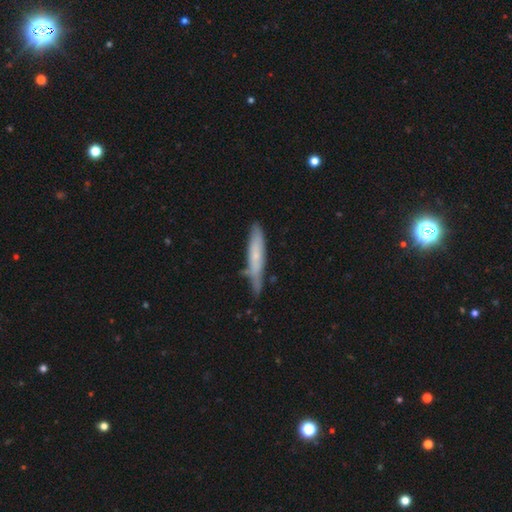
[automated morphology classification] Overall: smooth (55%; featured or disk 39%). How rounded: cigar-shaped (88%). Merging: none (59%; minor disturbance 31%).